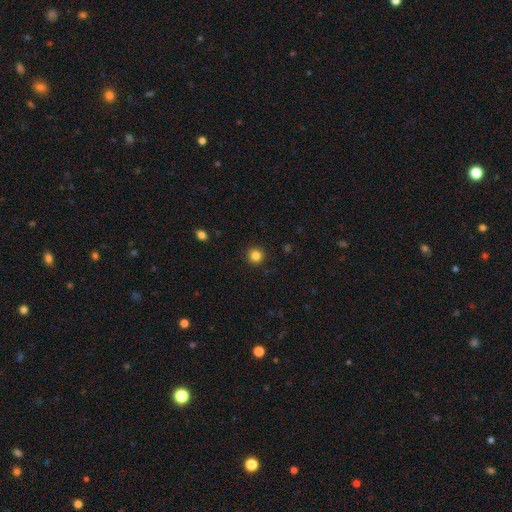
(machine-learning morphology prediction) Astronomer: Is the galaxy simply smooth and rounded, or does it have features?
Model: smooth — 83%.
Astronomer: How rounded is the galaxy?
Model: round — 95%.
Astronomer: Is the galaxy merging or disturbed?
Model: none — 92%.